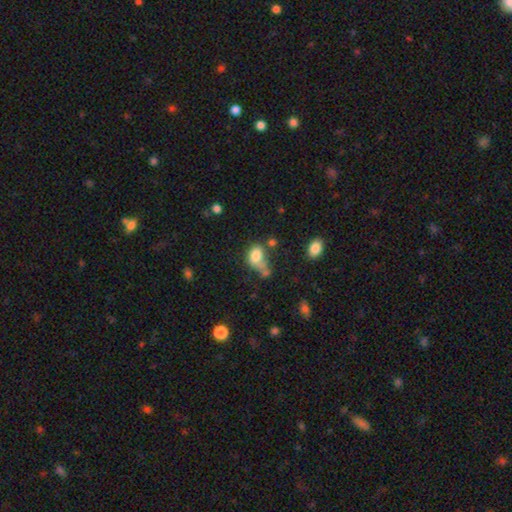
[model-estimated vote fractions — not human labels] The model was most divided on "merging": merger: 29%, none: 26%, major disturbance: 24%, minor disturbance: 21%. More confident: smooth or featured — smooth (77%); how rounded — in between (76%).